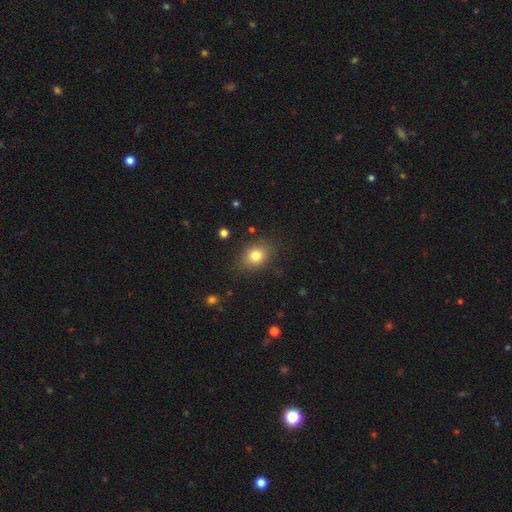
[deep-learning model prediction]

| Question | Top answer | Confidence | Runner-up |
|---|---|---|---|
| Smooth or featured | smooth | 80% | star or artifact (11%) |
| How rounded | in between | 57% | round (42%) |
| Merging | none | 81% | minor disturbance (13%) |